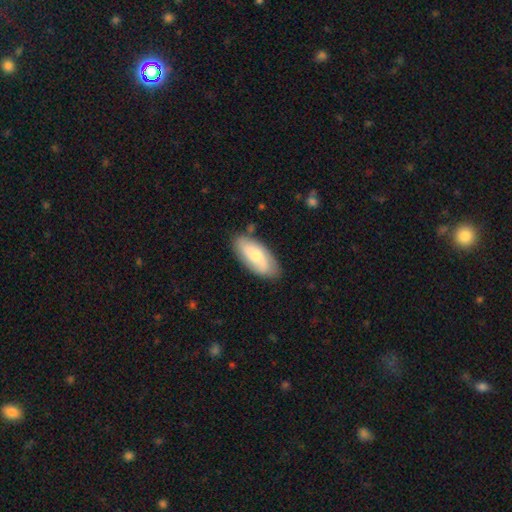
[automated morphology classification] Q: Smooth or featured?
A: smooth (58%); runner-up: featured or disk (36%)
Q: How rounded?
A: in between (87%); runner-up: cigar-shaped (11%)
Q: Merging?
A: none (79%); runner-up: minor disturbance (16%)